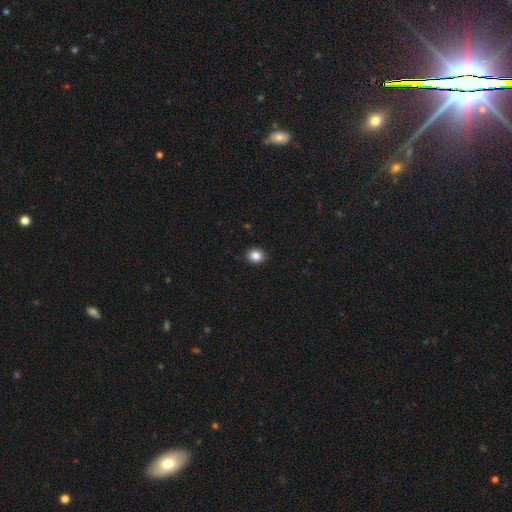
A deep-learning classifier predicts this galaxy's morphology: smooth_or_featured: smooth (p=0.85) [alt: star or artifact p=0.10]
how_rounded: round (p=0.76) [alt: in between p=0.23]
merging: none (p=0.91) [alt: minor disturbance p=0.06]